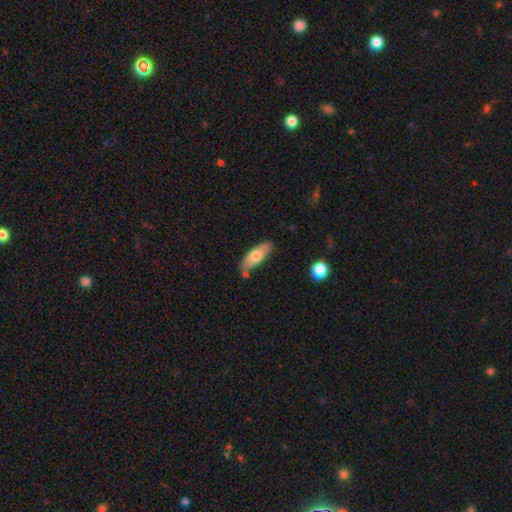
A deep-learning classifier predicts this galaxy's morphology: Q: Smooth or featured?
A: smooth (68%); runner-up: featured or disk (26%)
Q: How rounded?
A: in between (65%); runner-up: cigar-shaped (33%)
Q: Merging?
A: none (78%); runner-up: minor disturbance (14%)